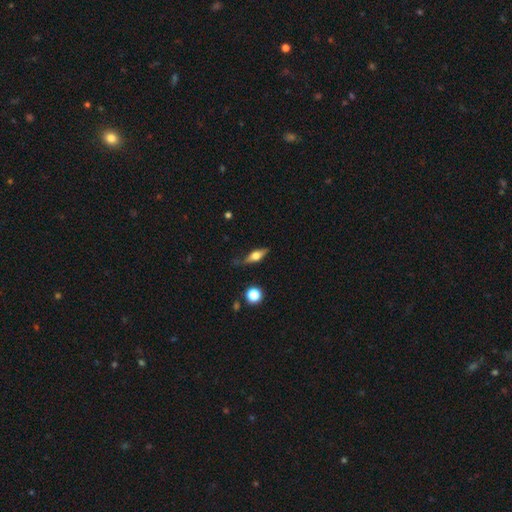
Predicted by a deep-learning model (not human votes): Morphology: type=featured or disk (48%); merging=none (72%).